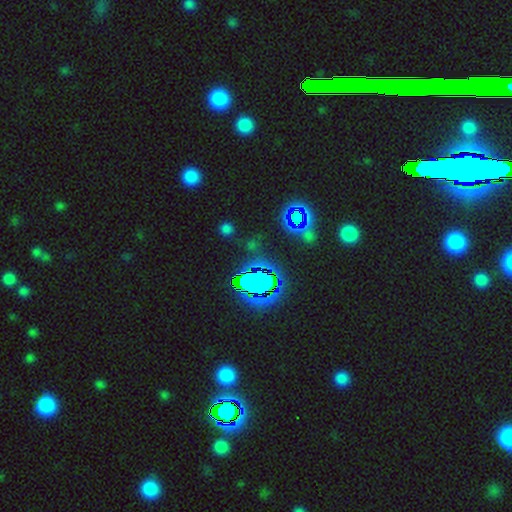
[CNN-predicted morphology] Overall: star or artifact (72%).